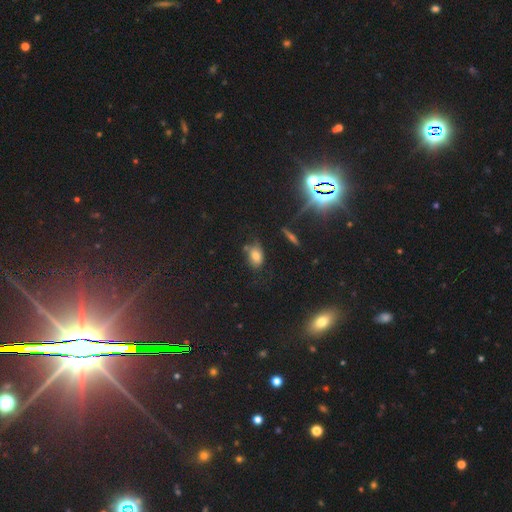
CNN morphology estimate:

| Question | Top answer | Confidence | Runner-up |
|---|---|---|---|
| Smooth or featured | smooth | 72% | star or artifact (16%) |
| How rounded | in between | 83% | round (14%) |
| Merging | none | 62% | minor disturbance (24%) |